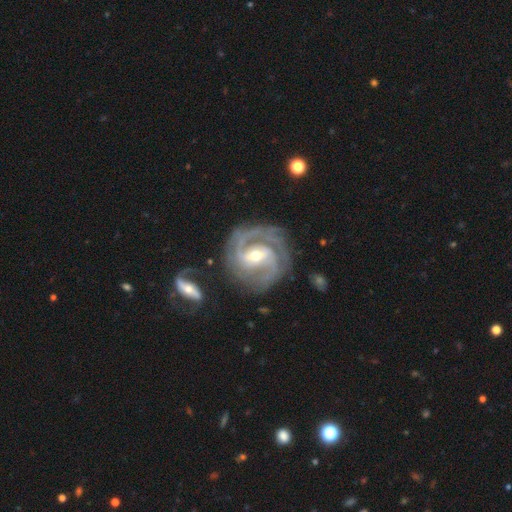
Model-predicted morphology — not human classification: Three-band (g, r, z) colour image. It shows a featured or disk galaxy (92%) with a weak bar (41%), 2 (59%) tight (52%) spiral arms (98%) and a moderate central bulge (53%). Merging: none (74%).